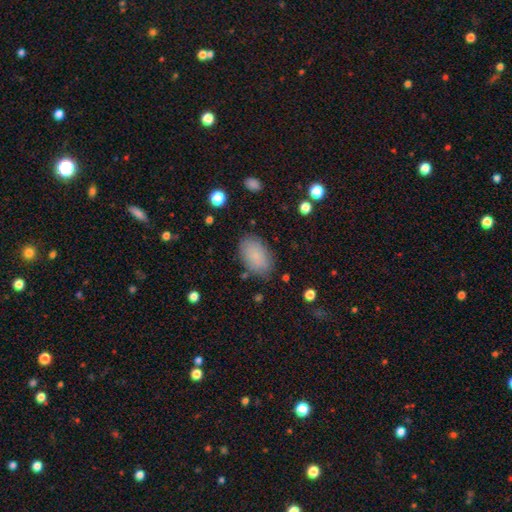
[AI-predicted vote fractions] Smooth or featured: smooth — 86% (star or artifact — 7%)
How rounded: in between — 93% (round — 5%)
Merging: none — 83% (minor disturbance — 12%)